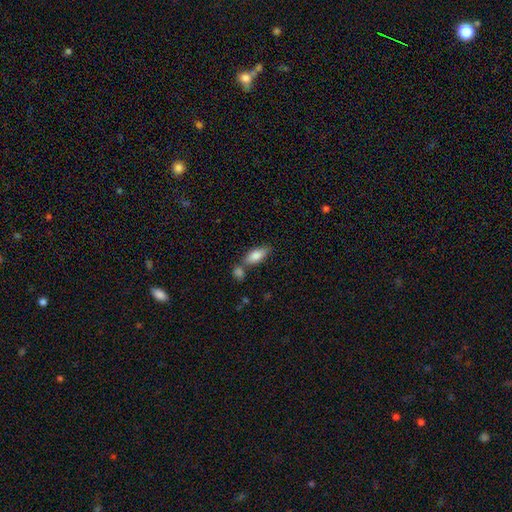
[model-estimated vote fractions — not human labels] Smooth or featured?
  - smooth: 83% *
  - featured or disk: 10%
  - star or artifact: 7%
How rounded?
  - in between: 84% *
  - cigar-shaped: 13%
  - round: 3%
Merging?
  - none: 54% *
  - merger: 29%
  - minor disturbance: 13%
  - major disturbance: 4%